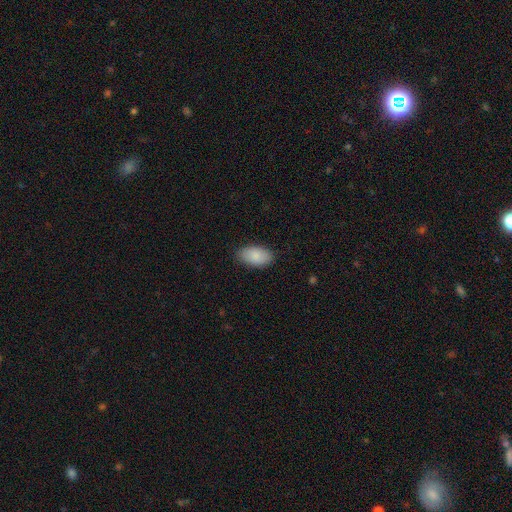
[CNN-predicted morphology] Q: Smooth or featured?
A: smooth (88%); runner-up: star or artifact (6%)
Q: How rounded?
A: in between (95%); runner-up: round (4%)
Q: Merging?
A: none (85%); runner-up: minor disturbance (11%)